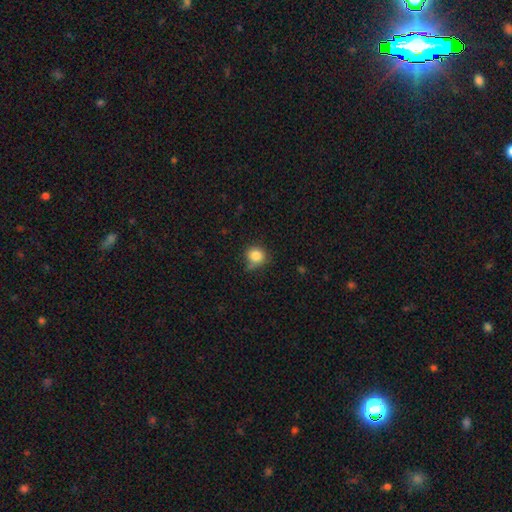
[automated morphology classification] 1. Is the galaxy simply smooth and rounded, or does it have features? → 84% smooth, 11% star or artifact, 6% featured or disk.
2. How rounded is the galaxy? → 86% round, 13% in between, 1% cigar-shaped.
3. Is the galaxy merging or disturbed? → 65% none, 26% minor disturbance, 6% major disturbance, 3% merger.